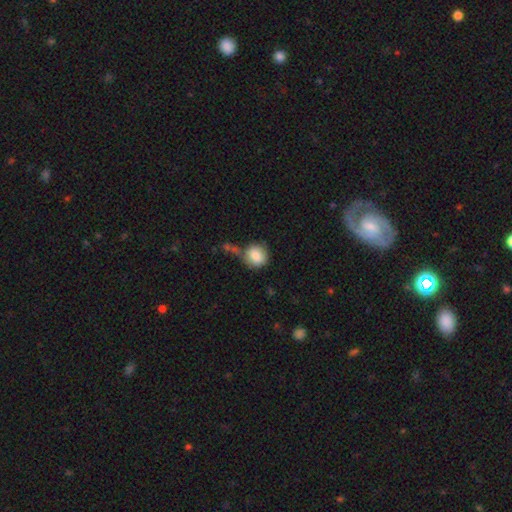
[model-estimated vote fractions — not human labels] smooth_or_featured: smooth (p=0.84) [alt: featured or disk p=0.09]
how_rounded: round (p=0.81) [alt: in between p=0.17]
merging: none (p=0.43) [alt: minor disturbance p=0.24]